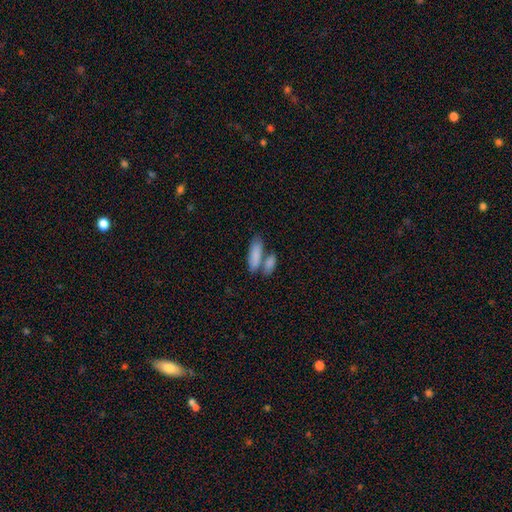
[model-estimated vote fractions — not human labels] This is clearly a smooth galaxy (85%). How rounded: likely in between (69%). Merging: marginally merger (43%, tied with none).